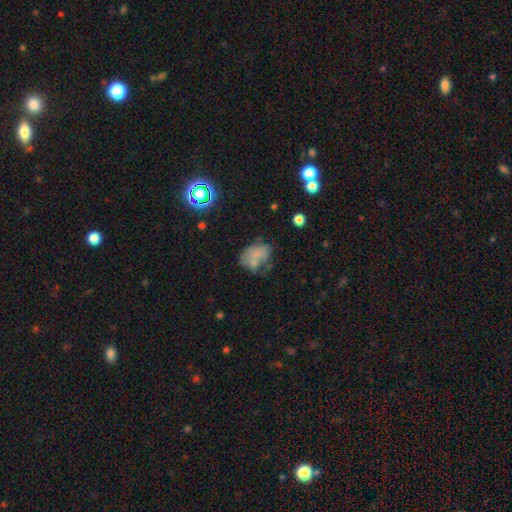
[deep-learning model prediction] This is possibly a smooth galaxy (56%). How rounded: likely in between (70%). Merging: marginally none (34%).